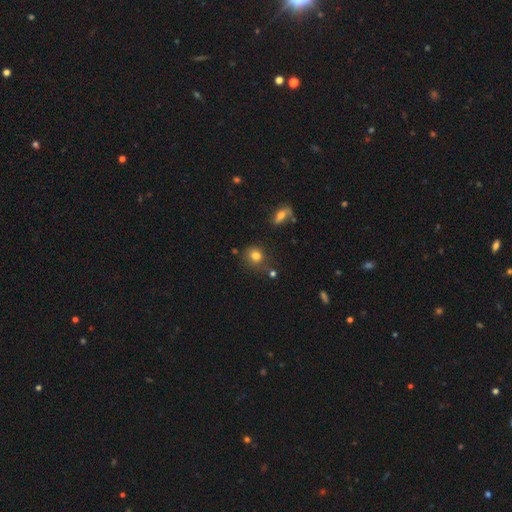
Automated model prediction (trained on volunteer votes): Smooth or featured? Predicted: smooth (p=0.78). How rounded? Predicted: round (p=0.81). Merging? Predicted: none (p=0.73).